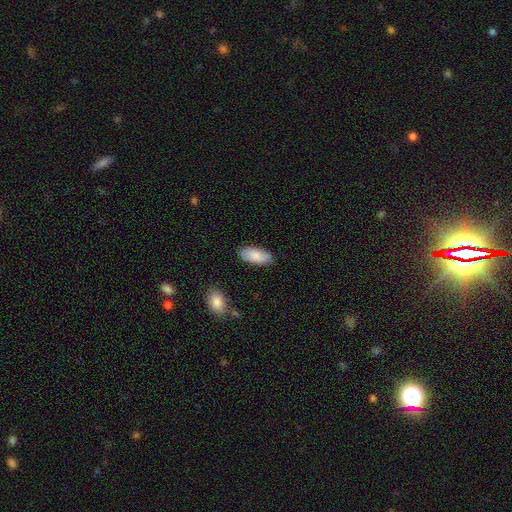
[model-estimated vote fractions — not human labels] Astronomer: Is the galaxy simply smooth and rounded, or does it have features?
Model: smooth — 86%.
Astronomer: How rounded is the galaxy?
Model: in between — 90%.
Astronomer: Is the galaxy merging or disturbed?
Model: none — 86%.